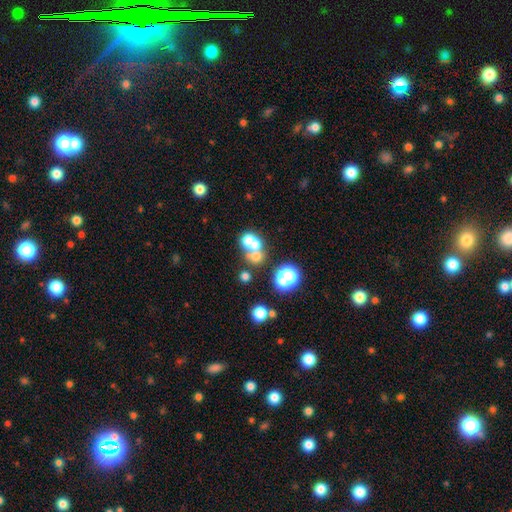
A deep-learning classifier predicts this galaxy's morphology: This appears to be a smooth galaxy with no disk features (57%) that is round (78%). Merging: merger (50%).